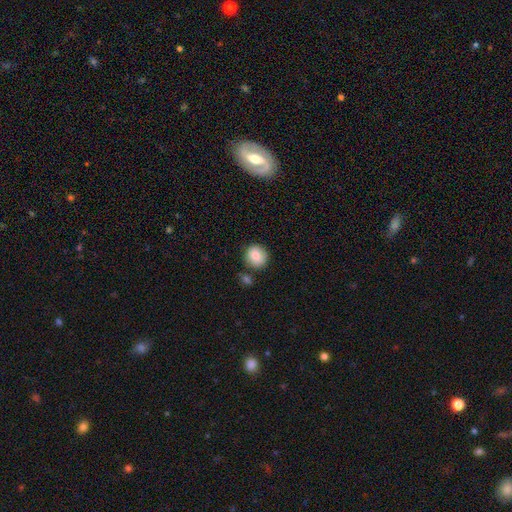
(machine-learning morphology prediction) Smooth or featured? smooth (84%)
How rounded? round (89%)
Merging? none (77%)